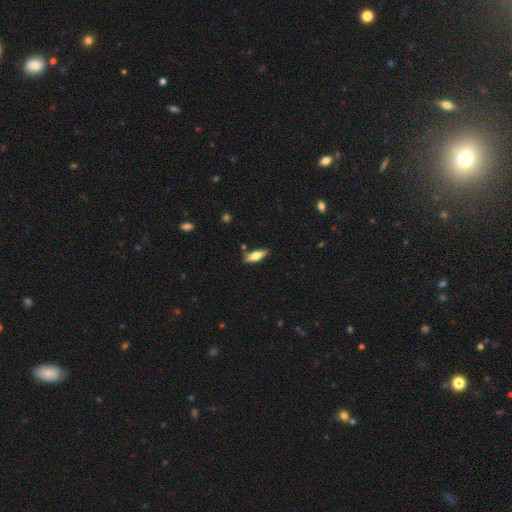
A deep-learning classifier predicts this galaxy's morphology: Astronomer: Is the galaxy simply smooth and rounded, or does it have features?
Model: smooth — 59% (runner-up: featured or disk, 34%).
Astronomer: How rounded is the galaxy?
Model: in between — 57% (runner-up: cigar-shaped, 41%).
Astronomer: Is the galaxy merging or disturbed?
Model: none — 79%.